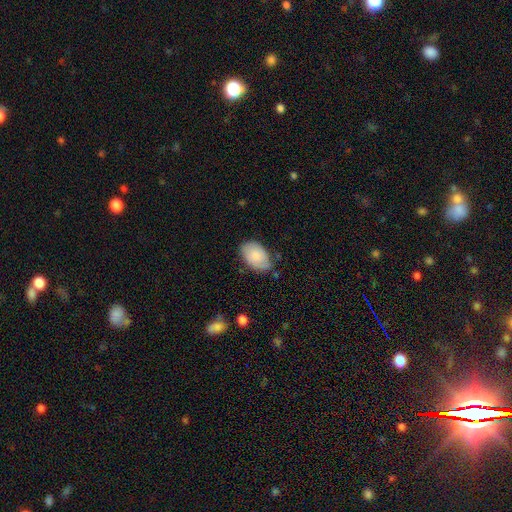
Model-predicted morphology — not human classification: A smooth galaxy with no disk features (75%) that is in between round and cigar-shaped (89%). Merging: none (66%).